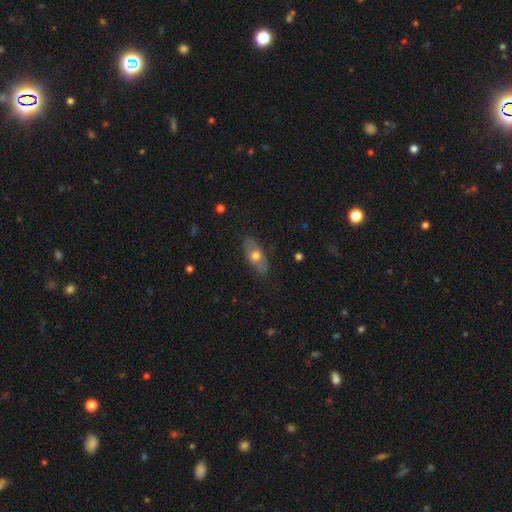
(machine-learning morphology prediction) smooth 54%, featured or disk 40%, star or artifact 6%. Down the decision tree: how rounded — in between (86%); merging — none (82%).